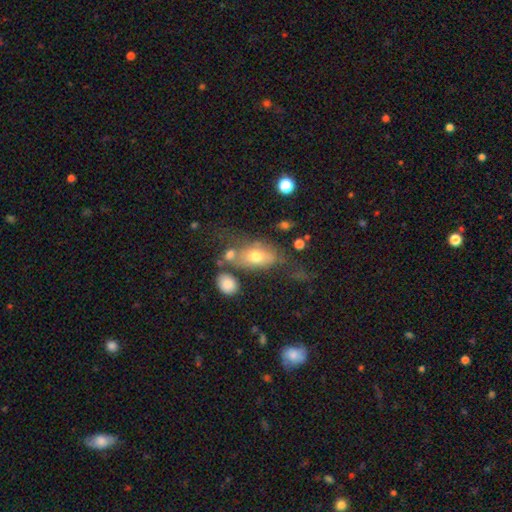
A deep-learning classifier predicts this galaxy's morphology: This is possibly a smooth galaxy (58%). How rounded: clearly in between (82%). Merging: marginally none (40%).